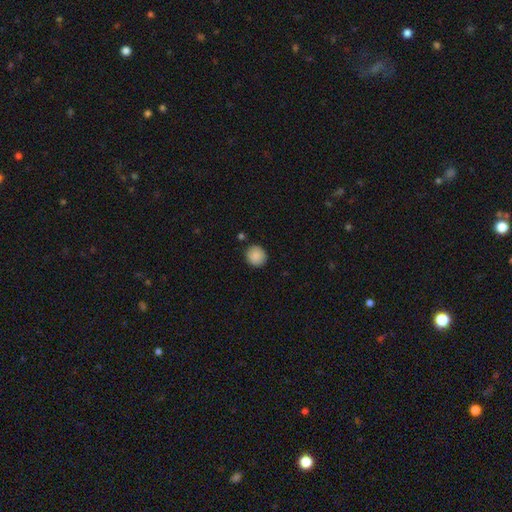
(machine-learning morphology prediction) smooth 89%, star or artifact 8%, featured or disk 3%. Down the decision tree: how rounded — round (88%); merging — none (88%).